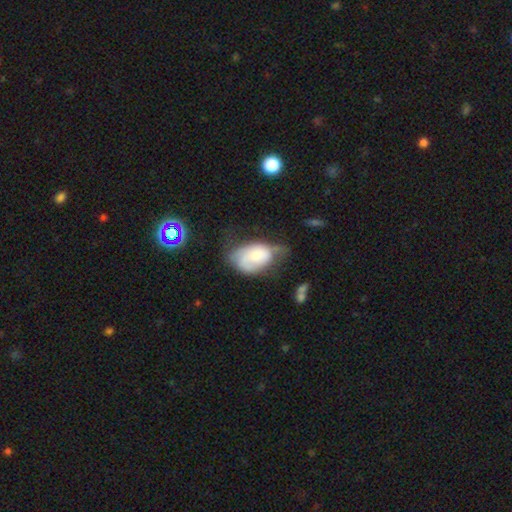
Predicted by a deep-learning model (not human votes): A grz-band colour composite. It shows a smooth galaxy with no disk features (56%) that is in between round and cigar-shaped (84%). Merging: minor disturbance (37%).